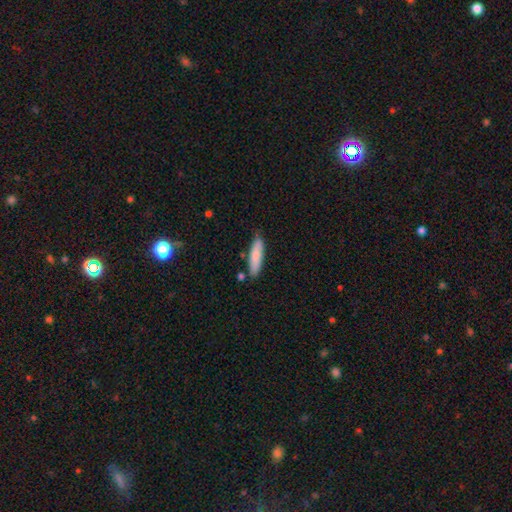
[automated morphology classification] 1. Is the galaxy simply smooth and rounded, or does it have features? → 81% smooth, 13% featured or disk, 6% star or artifact.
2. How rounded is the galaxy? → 72% cigar-shaped, 26% in between, 1% round.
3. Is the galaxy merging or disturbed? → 79% none, 14% minor disturbance, 5% merger, 2% major disturbance.